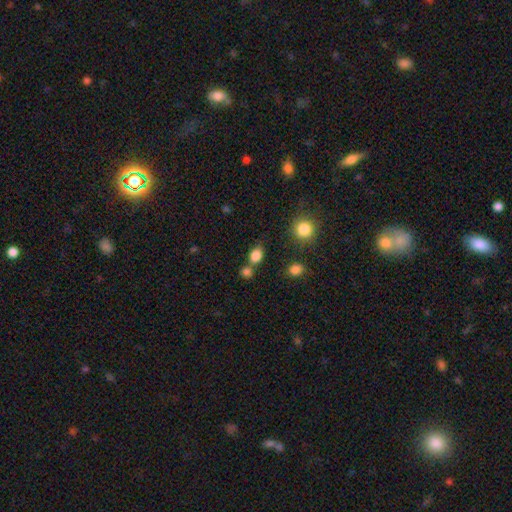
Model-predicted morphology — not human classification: A smooth galaxy with no disk features (83%) that is in between round and cigar-shaped (61%).

Vote fractions:
- Smooth or featured? smooth: 83% / star or artifact: 12% / featured or disk: 6%
- How rounded? in between: 61% / round: 37% / cigar-shaped: 2%
- Merging? none: 57% / merger: 26% / minor disturbance: 13% / major disturbance: 5%